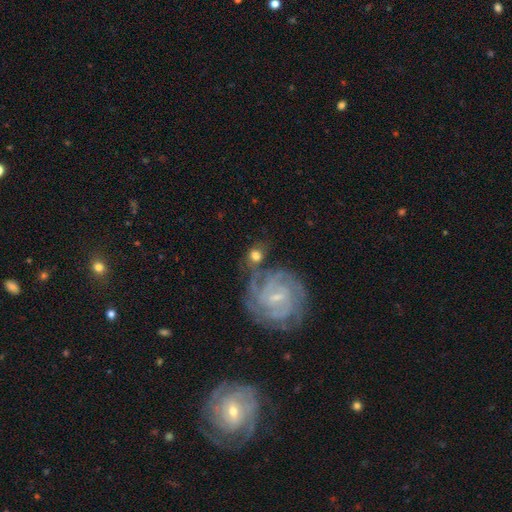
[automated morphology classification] smooth_or_featured: smooth (p=0.47) [alt: featured or disk p=0.44]
merging: none (p=0.54) [alt: merger p=0.22]